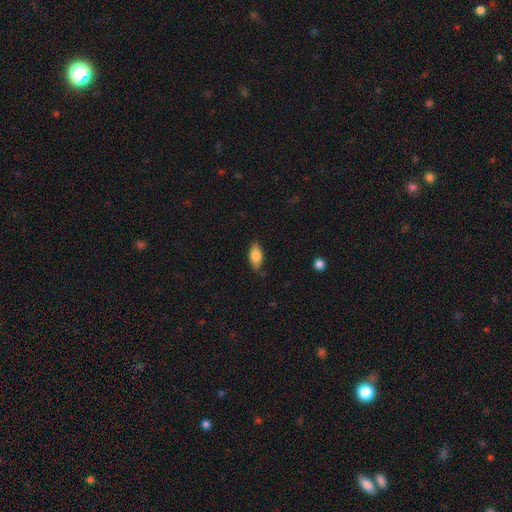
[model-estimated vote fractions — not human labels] Q: Smooth or featured?
A: smooth (77%); runner-up: featured or disk (16%)
Q: How rounded?
A: in between (87%); runner-up: cigar-shaped (9%)
Q: Merging?
A: none (83%); runner-up: minor disturbance (13%)